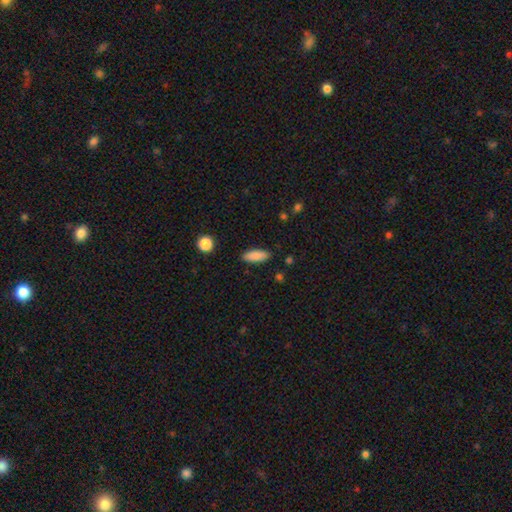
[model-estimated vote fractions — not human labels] smooth_or_featured: smooth (p=0.87) [alt: star or artifact p=0.07]
how_rounded: in between (p=0.70) [alt: cigar-shaped p=0.28]
merging: none (p=0.88) [alt: minor disturbance p=0.09]